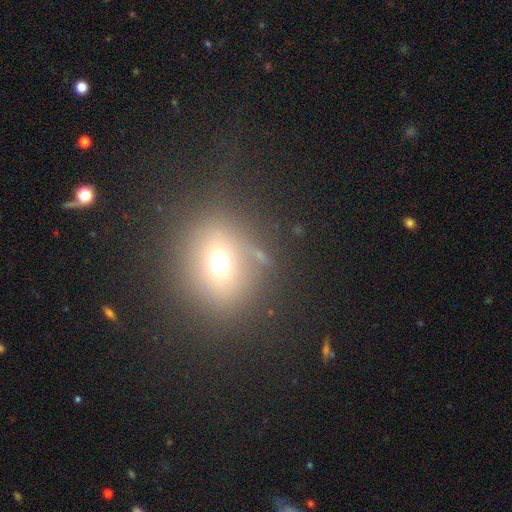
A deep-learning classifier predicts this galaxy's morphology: Overall: smooth (61%; star or artifact 23%). How rounded: round (73%). Merging: none (73%).